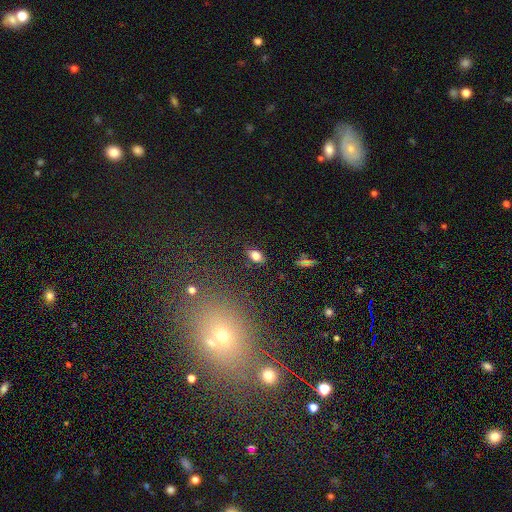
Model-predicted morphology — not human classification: This is likely a smooth galaxy (75%). How rounded: clearly in between (86%). Merging: clearly none (86%).